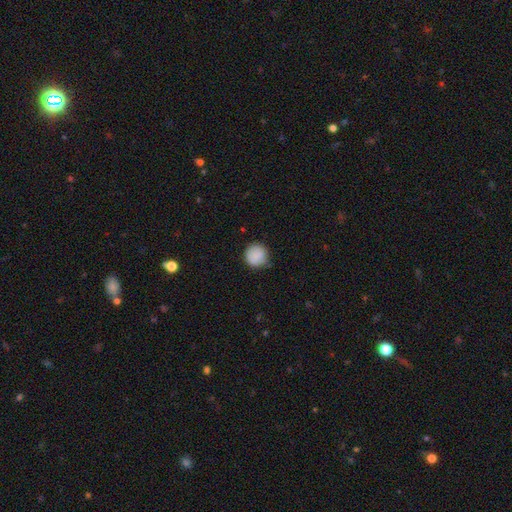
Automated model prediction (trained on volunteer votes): Smooth or featured? Predicted: smooth (p=0.88). How rounded? Predicted: round (p=0.93). Merging? Predicted: none (p=0.80).